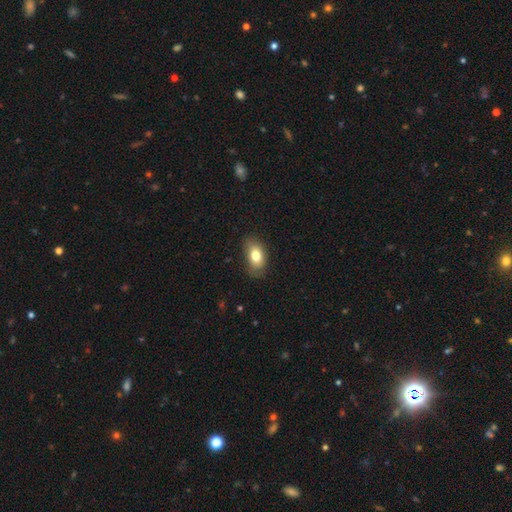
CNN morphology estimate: Smooth or featured? Predicted: smooth (p=0.77). How rounded? Predicted: in between (p=0.88). Merging? Predicted: none (p=0.74).